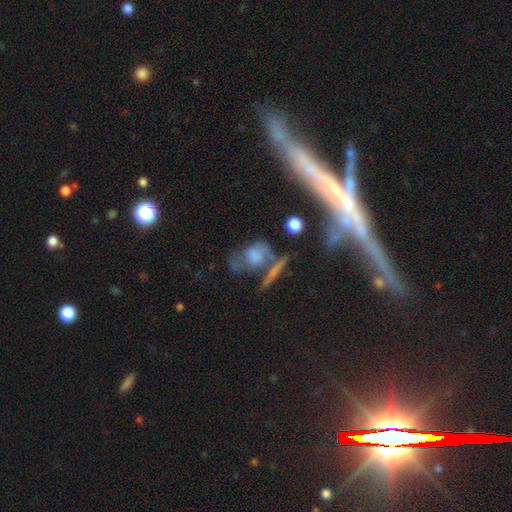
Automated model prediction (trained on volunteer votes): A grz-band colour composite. It shows a smooth galaxy with no disk features (55%) that is in between round and cigar-shaped (59%). Merging: none (34%).